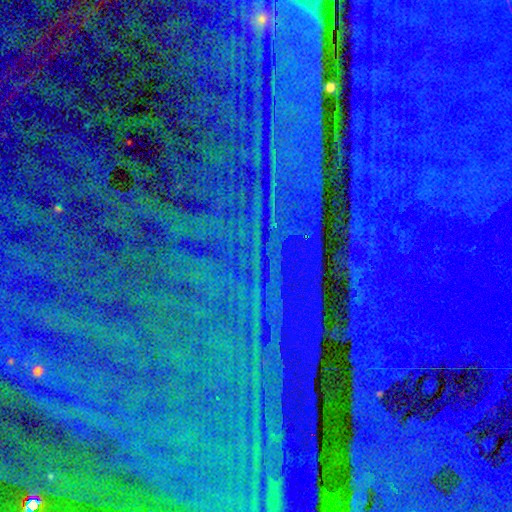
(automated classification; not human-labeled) This is clearly a star or artifact rather than a galaxy (88%).